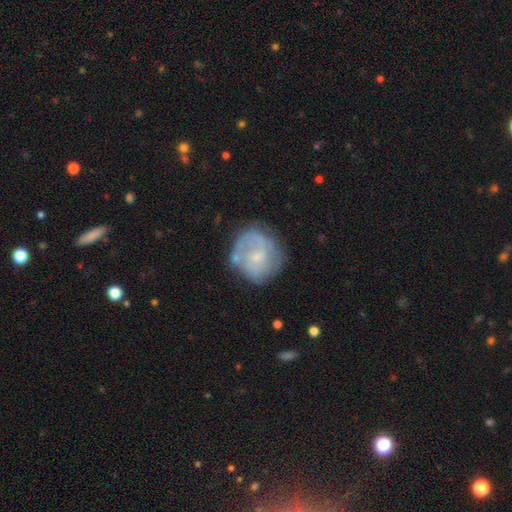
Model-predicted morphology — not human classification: type=featured or disk (61%); edge-on=no (98%); bar=no (60%); spiral arms=yes (74%); bulge=small (53%); merging=none (64%).